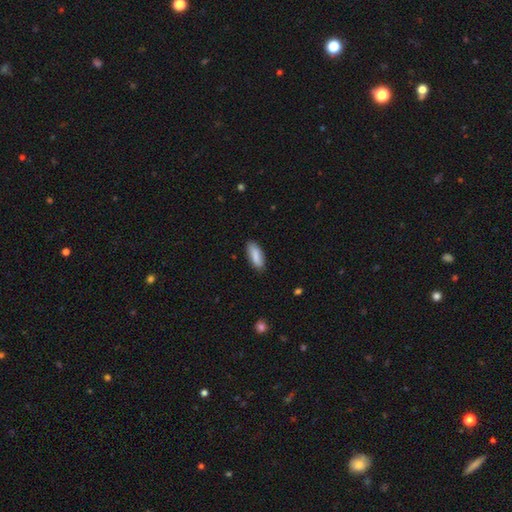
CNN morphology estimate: smooth-or-featured: smooth: 84% | featured or disk: 10% | star or artifact: 6%
  how-rounded: in between: 74% | cigar-shaped: 24% | round: 2%
  merging: none: 85% | minor disturbance: 11% | major disturbance: 2% | merger: 1%